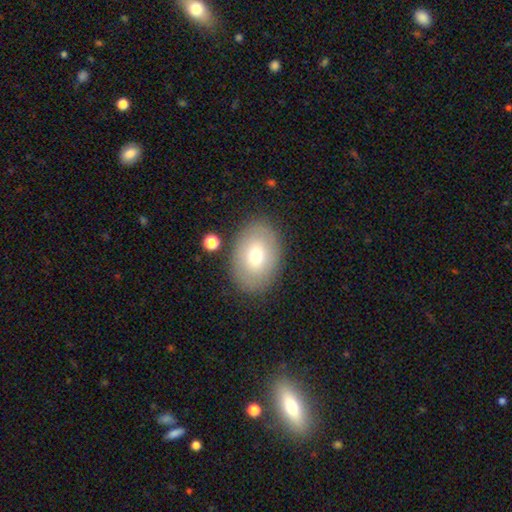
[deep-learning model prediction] Q: Smooth or featured?
A: smooth (67%); runner-up: featured or disk (25%)
Q: How rounded?
A: in between (82%); runner-up: round (17%)
Q: Merging?
A: none (83%); runner-up: minor disturbance (11%)